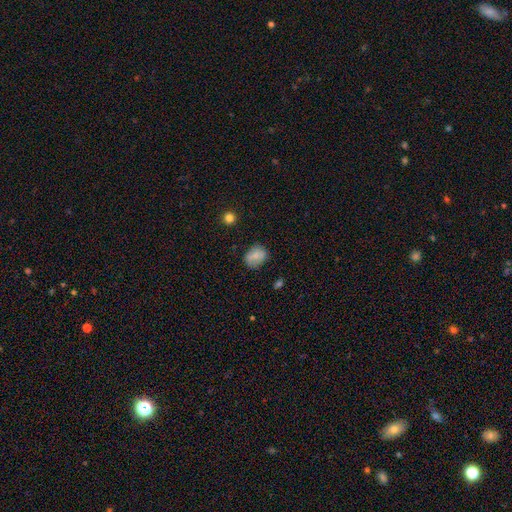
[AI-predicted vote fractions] Overall: smooth (77%). How rounded: in between (58%; round 40%). Merging: none (74%).